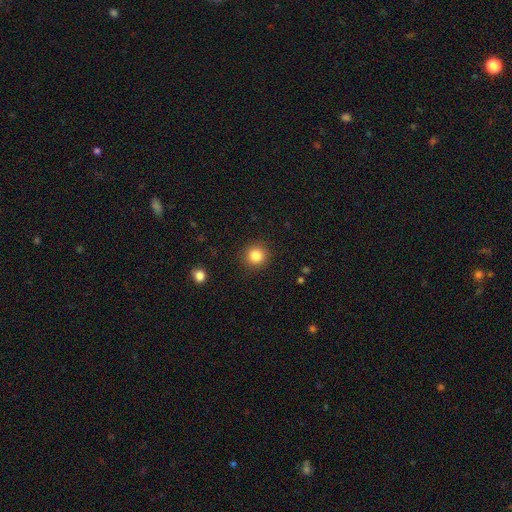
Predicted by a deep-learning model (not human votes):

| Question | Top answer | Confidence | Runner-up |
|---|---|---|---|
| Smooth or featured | smooth | 84% | star or artifact (11%) |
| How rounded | round | 93% | in between (6%) |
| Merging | none | 90% | minor disturbance (6%) |